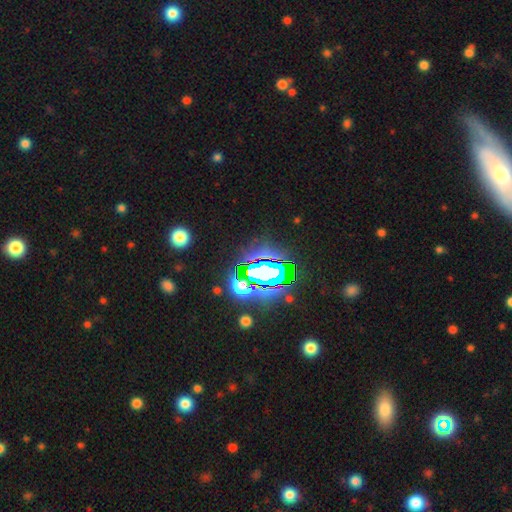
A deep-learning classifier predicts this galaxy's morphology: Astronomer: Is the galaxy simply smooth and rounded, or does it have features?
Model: star or artifact — 80%.